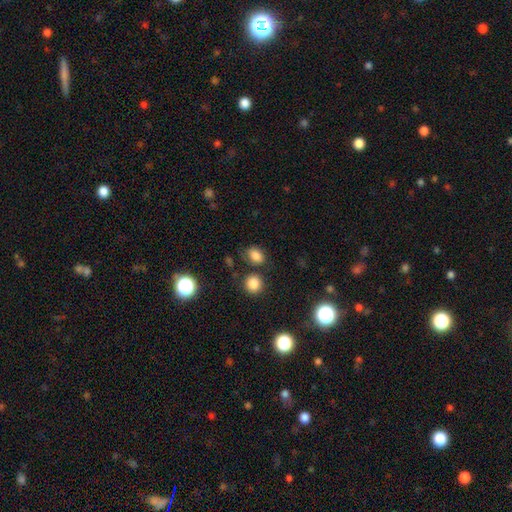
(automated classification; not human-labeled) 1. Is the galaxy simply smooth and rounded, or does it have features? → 82% smooth, 13% star or artifact, 5% featured or disk.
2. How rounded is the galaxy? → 62% in between, 36% round, 1% cigar-shaped.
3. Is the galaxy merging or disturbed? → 72% none, 15% minor disturbance, 9% merger, 5% major disturbance.